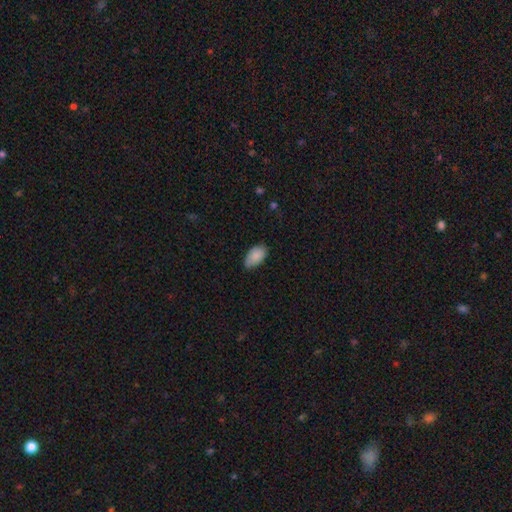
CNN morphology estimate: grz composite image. It shows a smooth galaxy with no disk features (88%) that is in between round and cigar-shaped (94%). Merging: none (71%).